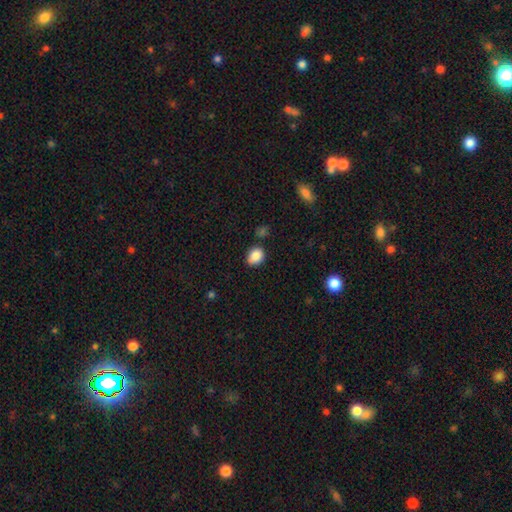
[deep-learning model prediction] smooth_or_featured: smooth (p=0.86) [alt: star or artifact p=0.09]
how_rounded: round (p=0.60) [alt: in between p=0.39]
merging: none (p=0.76) [alt: minor disturbance p=0.16]